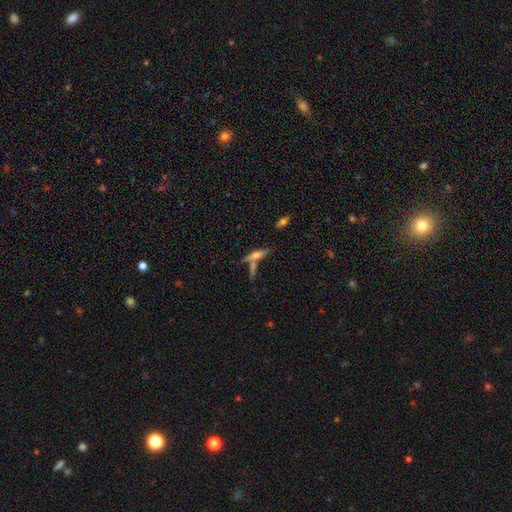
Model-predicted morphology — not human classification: featured or disk 47%, smooth 42%, star or artifact 11%. Down the decision tree: merging — none (53%).